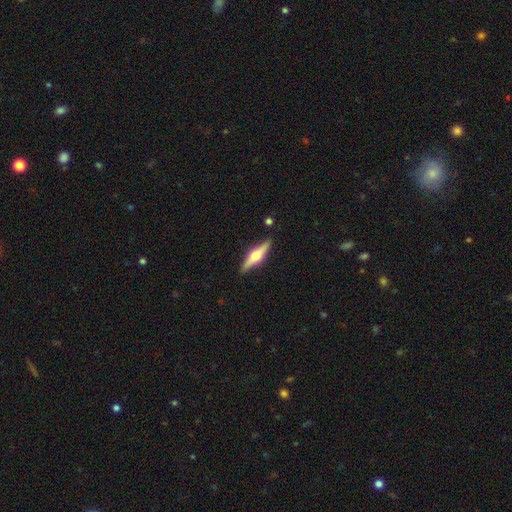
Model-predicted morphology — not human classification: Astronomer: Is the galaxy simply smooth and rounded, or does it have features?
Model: featured or disk — 71%.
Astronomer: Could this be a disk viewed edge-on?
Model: yes — 97%.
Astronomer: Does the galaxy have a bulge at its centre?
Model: rounded — 95%.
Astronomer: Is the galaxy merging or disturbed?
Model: none — 89%.